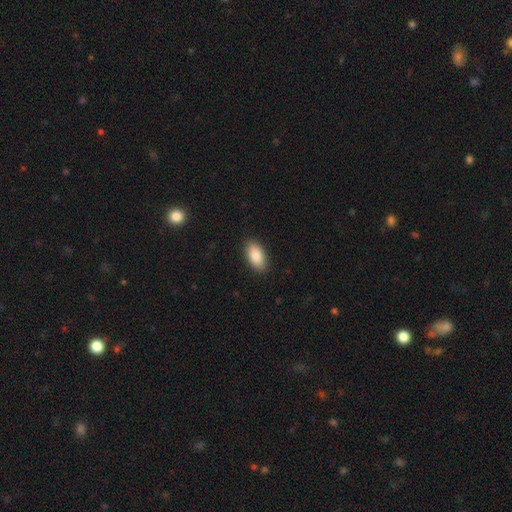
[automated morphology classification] Q: Smooth or featured?
A: smooth (87%); runner-up: featured or disk (6%)
Q: How rounded?
A: in between (94%); runner-up: cigar-shaped (3%)
Q: Merging?
A: none (88%); runner-up: minor disturbance (9%)